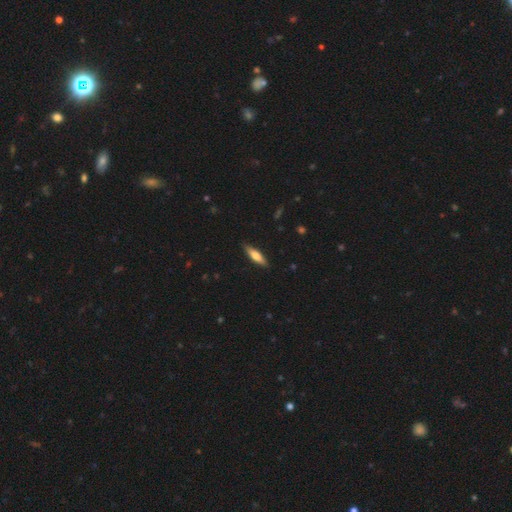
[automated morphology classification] The model was most divided on "smooth or featured": smooth: 61%, featured or disk: 33%, star or artifact: 6%. More confident: merging — none (88%); how rounded — cigar-shaped (63%).